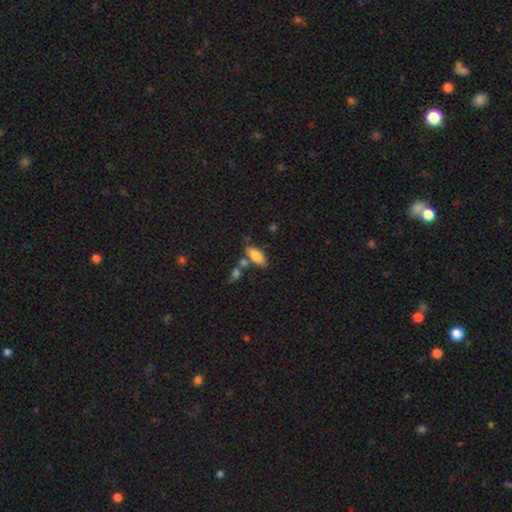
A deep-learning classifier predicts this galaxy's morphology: Smooth or featured? Predicted: smooth (p=0.80). How rounded? Predicted: in between (p=0.83). Merging? Predicted: none (p=0.63).